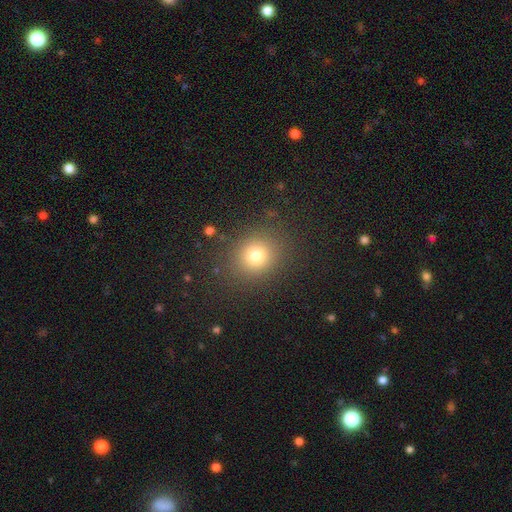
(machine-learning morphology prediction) Smooth or featured? Predicted: smooth (p=0.77). How rounded? Predicted: round (p=0.80). Merging? Predicted: none (p=0.86).